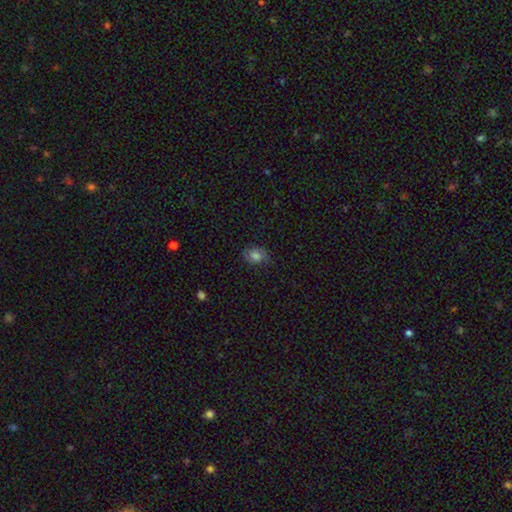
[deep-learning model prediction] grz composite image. It shows a smooth galaxy with no disk features (59%) that is in between round and cigar-shaped (56%). Merging: none (71%).